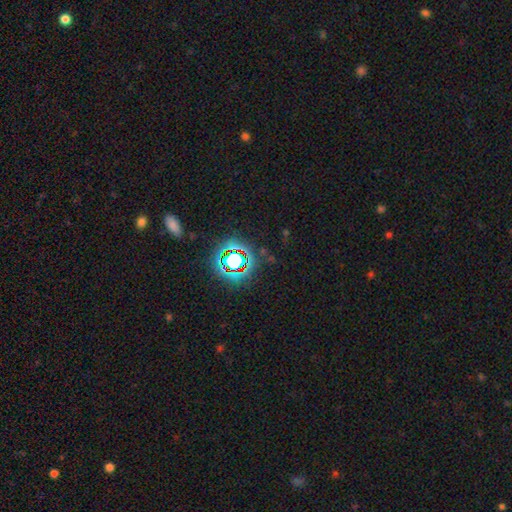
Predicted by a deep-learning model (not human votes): Smooth or featured? star or artifact (79%)